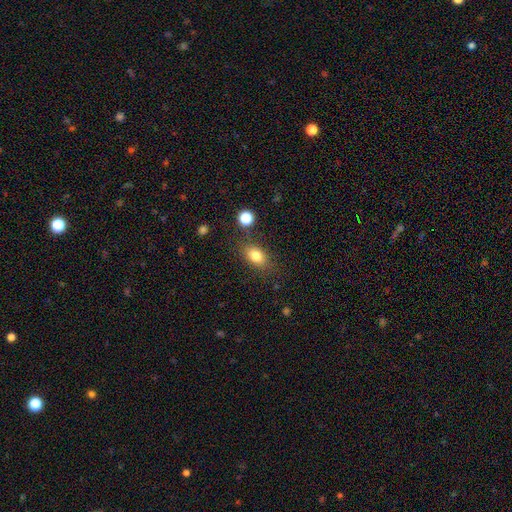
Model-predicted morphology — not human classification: A smooth galaxy with no disk features (80%) that is in between round and cigar-shaped (81%).

Vote fractions:
- Smooth or featured? smooth: 80% / star or artifact: 10% / featured or disk: 10%
- How rounded? in between: 81% / round: 17% / cigar-shaped: 3%
- Merging? none: 79% / minor disturbance: 13% / major disturbance: 4% / merger: 4%